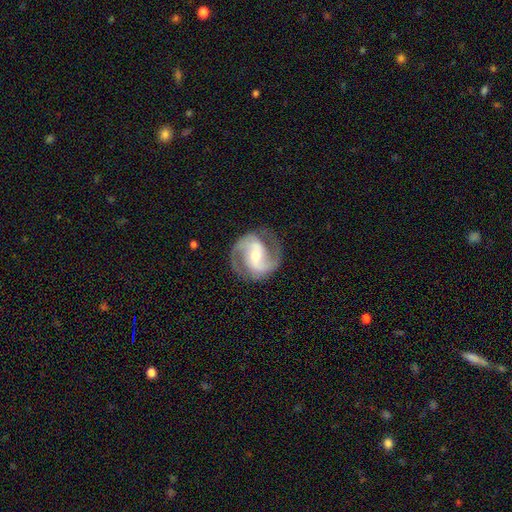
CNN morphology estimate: smooth-or-featured: featured or disk: 90% | smooth: 6% | star or artifact: 4%
  disk-edge-on: no: 98% | yes: 2%
    bar: weak: 42% | strong: 38% | no: 21%
    has-spiral-arms: yes: 97% | no: 3%
      spiral-winding: medium: 58% | tight: 26% | loose: 16%
      spiral-arm-count: 2: 92% | can't tell: 2% | 3: 2% | 1: 1% | 4: 1% | more than 4: 1%
    bulge-size: moderate: 54% | small: 39% | large: 5% | none: 2% | dominant: 1%
  merging: none: 82% | minor disturbance: 11% | major disturbance: 5% | merger: 1%